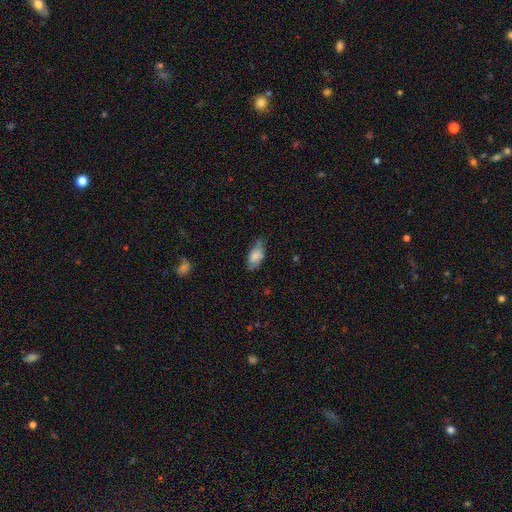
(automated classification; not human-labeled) The model was most divided on "merging": none: 57%, minor disturbance: 33%, major disturbance: 8%, merger: 2%. More confident: how rounded — in between (89%); smooth or featured — smooth (76%).